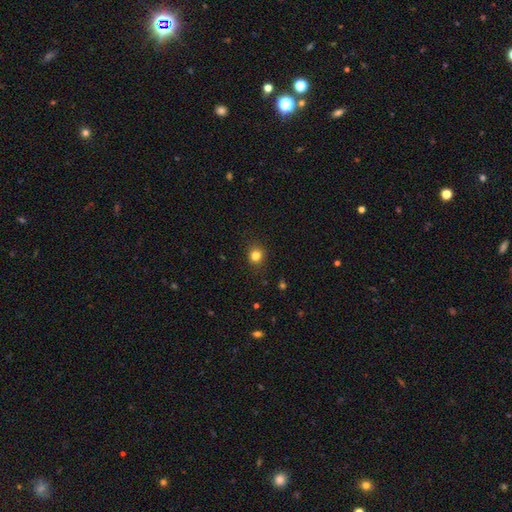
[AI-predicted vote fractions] A smooth galaxy with no disk features (82%) that is round (83%).

Vote fractions:
- Smooth or featured? smooth: 82% / star or artifact: 13% / featured or disk: 5%
- How rounded? round: 83% / in between: 17% / cigar-shaped: 1%
- Merging? none: 89% / minor disturbance: 8% / major disturbance: 2% / merger: 1%